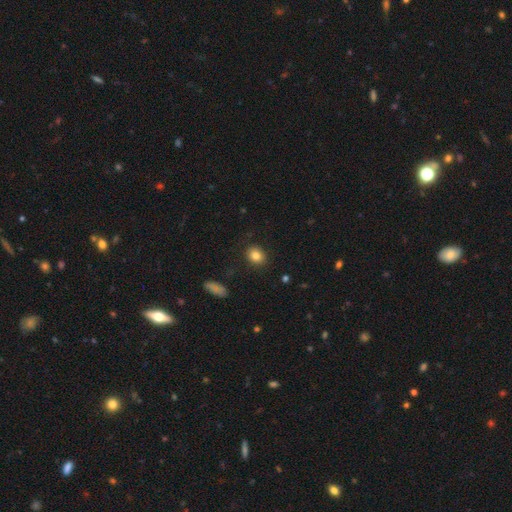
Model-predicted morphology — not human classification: This is clearly a smooth galaxy (84%). How rounded: possibly round (55%). Merging: clearly none (88%).